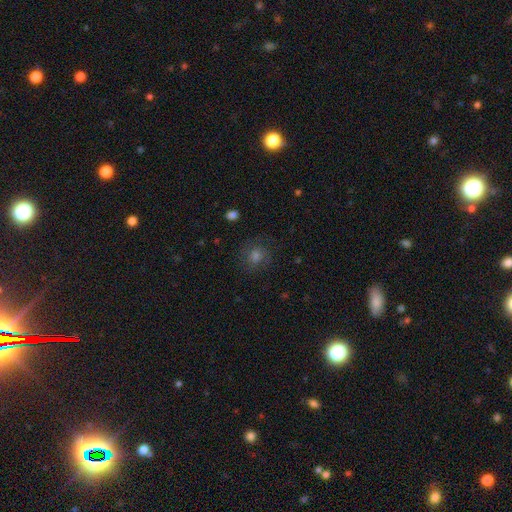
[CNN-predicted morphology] This appears to be a smooth galaxy with no disk features (50%). Merging: none (79%).